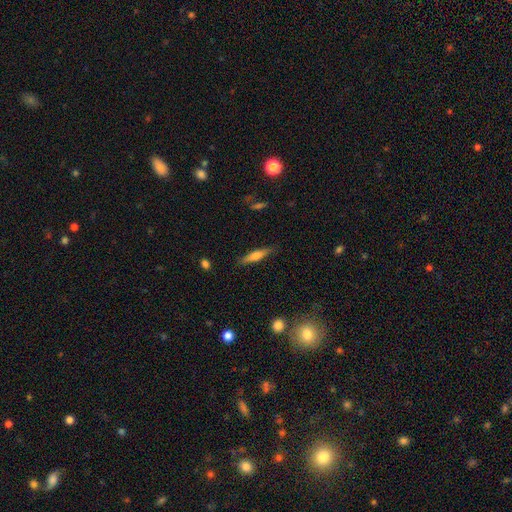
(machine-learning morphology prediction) A smooth galaxy with no disk features (49%). Merging: none (85%).